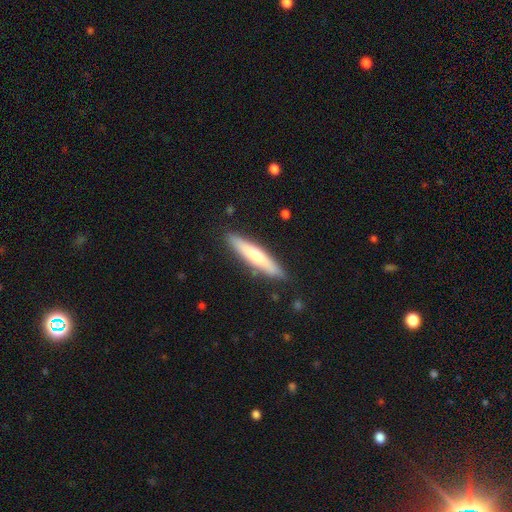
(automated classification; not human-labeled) A smooth galaxy with no disk features (57%) that is cigar-shaped (88%).

Vote fractions:
- Smooth or featured? smooth: 57% / featured or disk: 37% / star or artifact: 6%
- How rounded? cigar-shaped: 88% / in between: 11% / round: 1%
- Merging? none: 86% / minor disturbance: 10% / major disturbance: 2% / merger: 2%